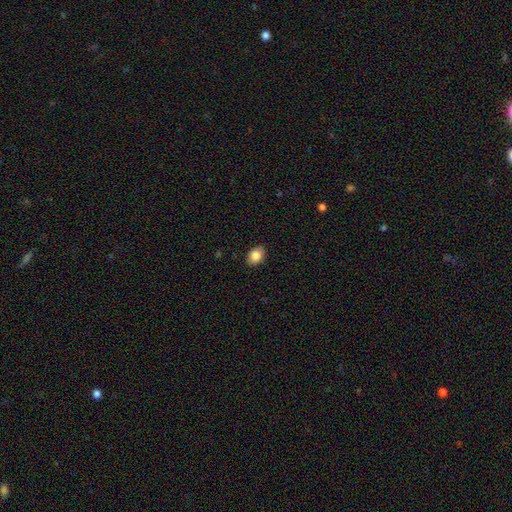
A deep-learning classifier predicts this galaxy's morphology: type=smooth (85%); roundness=in between (77%); merging=none (89%).